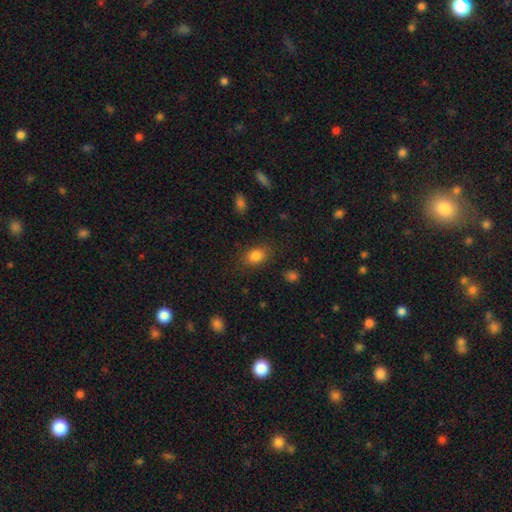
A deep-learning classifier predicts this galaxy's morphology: Q: Smooth or featured?
A: smooth (83%); runner-up: star or artifact (10%)
Q: How rounded?
A: in between (65%); runner-up: round (33%)
Q: Merging?
A: none (82%); runner-up: minor disturbance (13%)